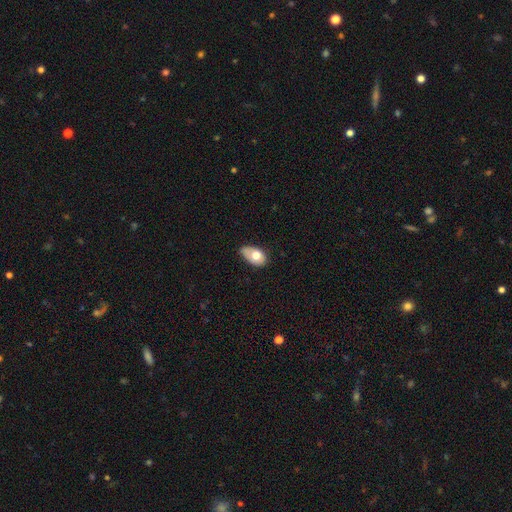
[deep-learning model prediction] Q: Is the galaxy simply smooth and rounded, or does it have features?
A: smooth — 69%.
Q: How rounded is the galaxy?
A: in between — 88%.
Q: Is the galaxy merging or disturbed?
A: none — 45%.